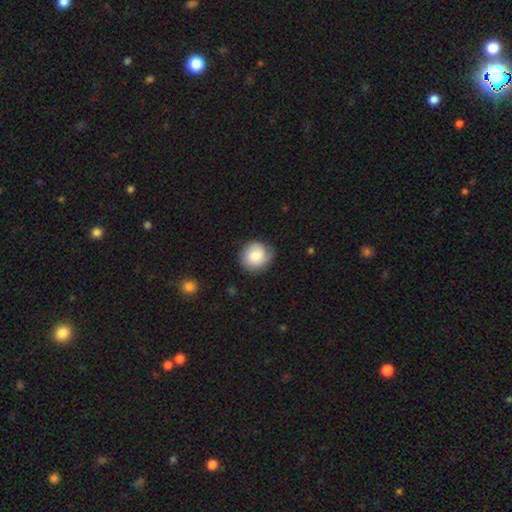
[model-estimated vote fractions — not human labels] This is likely a smooth galaxy (80%). How rounded: clearly round (88%). Merging: likely none (76%).